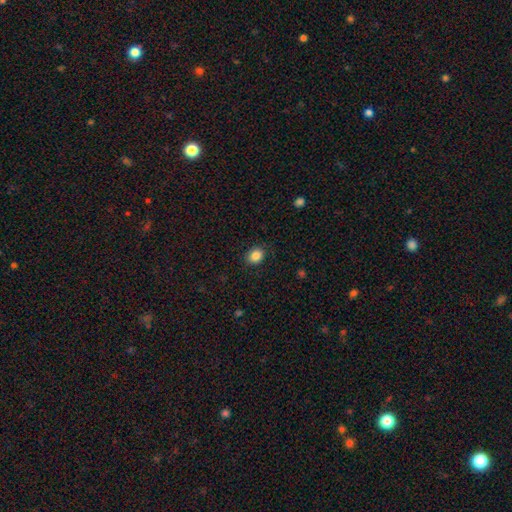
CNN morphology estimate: Smooth or featured?
  - smooth: 86% *
  - star or artifact: 10%
  - featured or disk: 4%
How rounded?
  - round: 57% *
  - in between: 42%
  - cigar-shaped: 1%
Merging?
  - none: 88% *
  - minor disturbance: 9%
  - major disturbance: 2%
  - merger: 1%